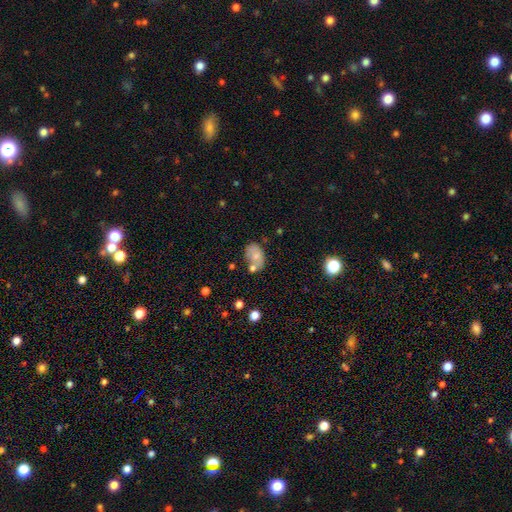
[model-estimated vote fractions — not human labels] smooth 68%, featured or disk 22%, star or artifact 10%. Down the decision tree: how rounded — in between (83%); merging — none (49%).